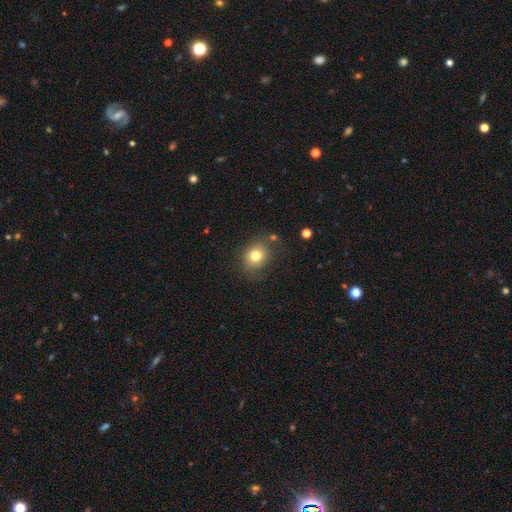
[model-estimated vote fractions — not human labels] Morphology: type=smooth (78%); roundness=round (62%); merging=none (71%).